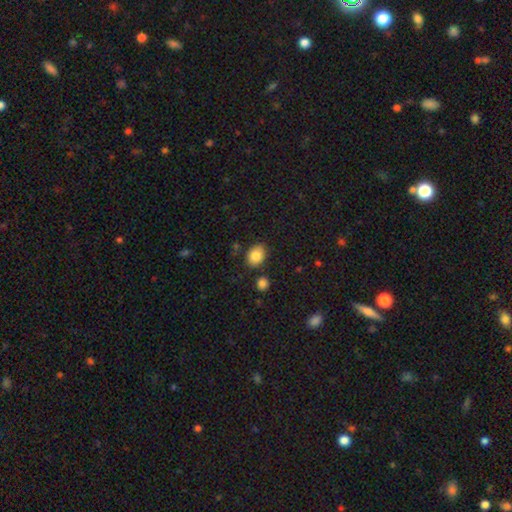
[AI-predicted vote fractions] A smooth galaxy with no disk features (84%) that is in between round and cigar-shaped (65%). Merging: none (82%).